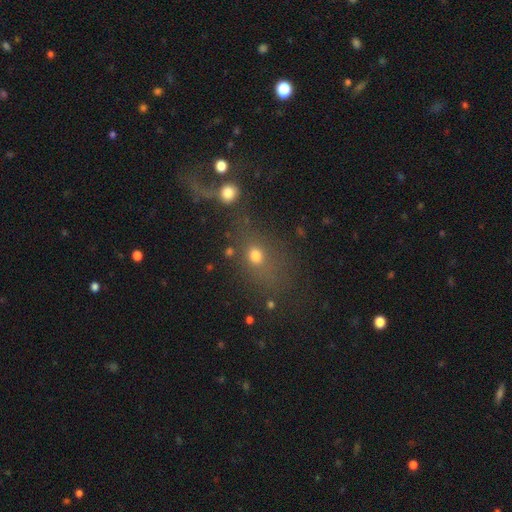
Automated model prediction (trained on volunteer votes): smooth-or-featured: smooth: 65% | star or artifact: 20% | featured or disk: 15%
  how-rounded: round: 50% | in between: 46% | cigar-shaped: 4%
  merging: none: 53% | merger: 19% | minor disturbance: 15% | major disturbance: 14%